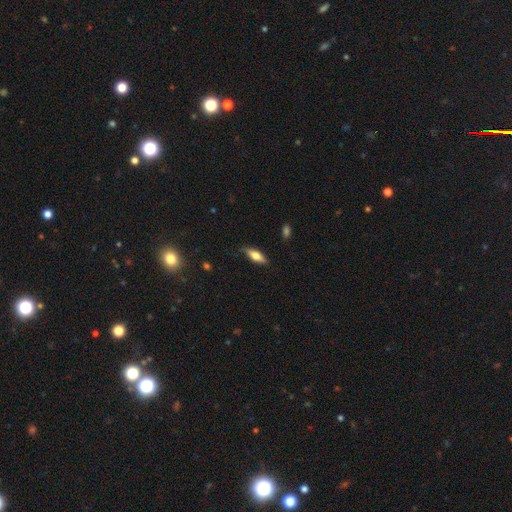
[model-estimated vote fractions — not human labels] smooth_or_featured: smooth (p=0.59) [alt: featured or disk p=0.35]
how_rounded: in between (p=0.58) [alt: cigar-shaped p=0.40]
merging: none (p=0.80) [alt: minor disturbance p=0.16]